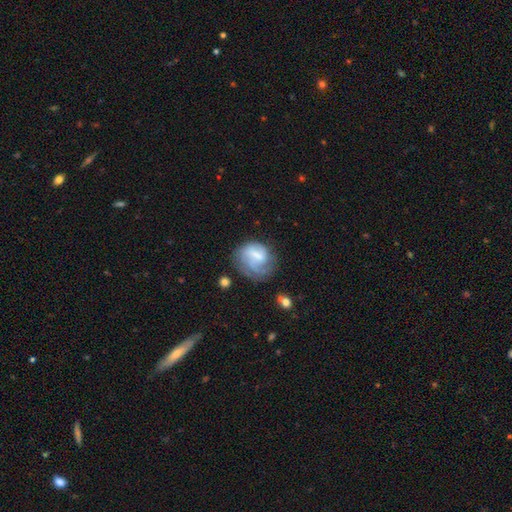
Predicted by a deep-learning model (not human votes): This appears to be a featured or disk galaxy (46%, tied with smooth). Merging: none (45%).